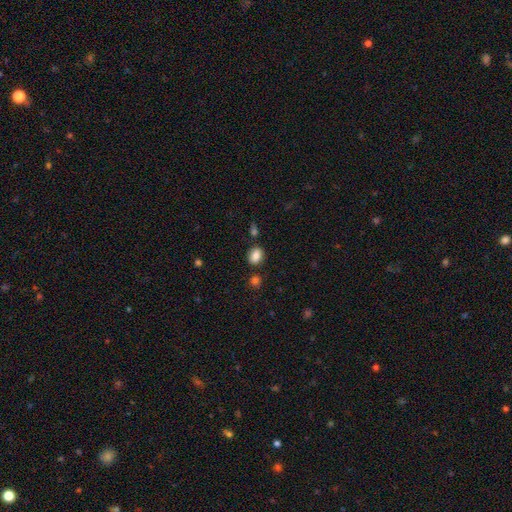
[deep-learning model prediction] A smooth galaxy with no disk features (84%) that is in between round and cigar-shaped (63%).

Vote fractions:
- Smooth or featured? smooth: 84% / star or artifact: 10% / featured or disk: 6%
- How rounded? in between: 63% / round: 35% / cigar-shaped: 1%
- Merging? none: 79% / minor disturbance: 11% / merger: 7% / major disturbance: 3%